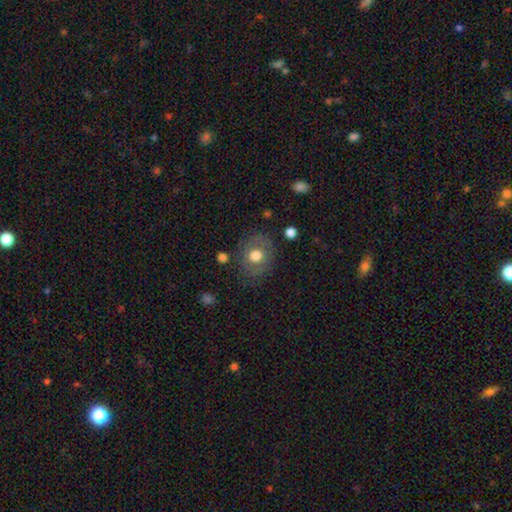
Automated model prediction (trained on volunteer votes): Q: Smooth or featured?
A: smooth (67%); runner-up: featured or disk (24%)
Q: How rounded?
A: round (70%); runner-up: in between (29%)
Q: Merging?
A: none (77%); runner-up: minor disturbance (14%)